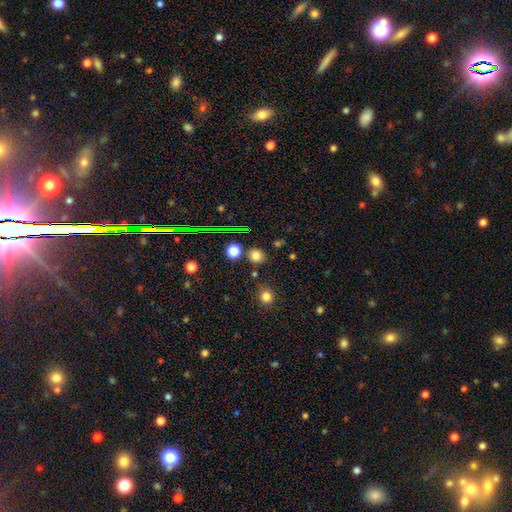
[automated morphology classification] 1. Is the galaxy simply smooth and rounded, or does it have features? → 76% smooth, 18% star or artifact, 6% featured or disk.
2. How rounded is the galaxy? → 83% round, 16% in between, 1% cigar-shaped.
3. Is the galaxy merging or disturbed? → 81% none, 9% minor disturbance, 7% merger, 3% major disturbance.